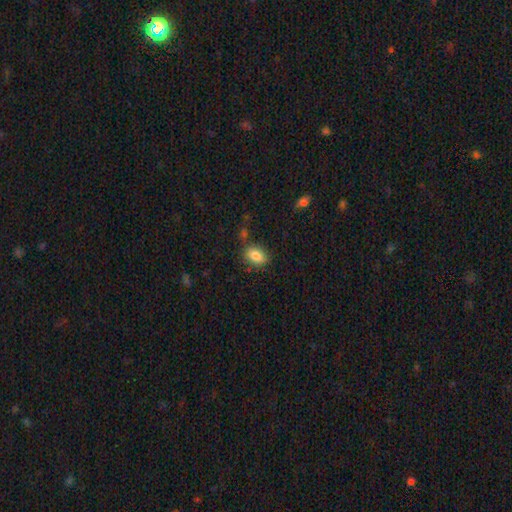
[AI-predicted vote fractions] The model was most divided on "how rounded": in between: 78%, round: 21%, cigar-shaped: 2%. More confident: smooth or featured — smooth (83%); merging — none (78%).